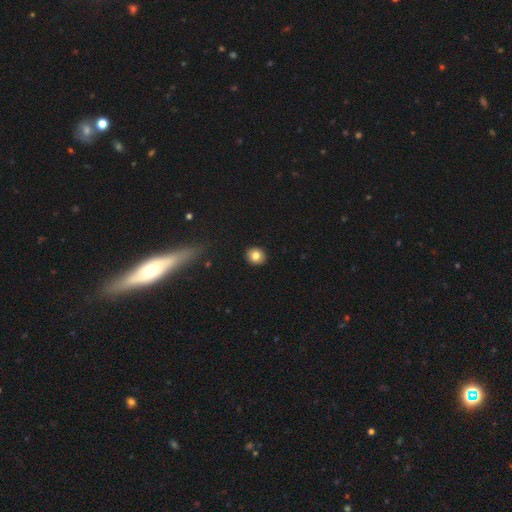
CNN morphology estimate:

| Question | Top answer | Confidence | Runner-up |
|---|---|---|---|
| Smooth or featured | smooth | 82% | star or artifact (10%) |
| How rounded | round | 85% | in between (14%) |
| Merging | none | 92% | minor disturbance (6%) |